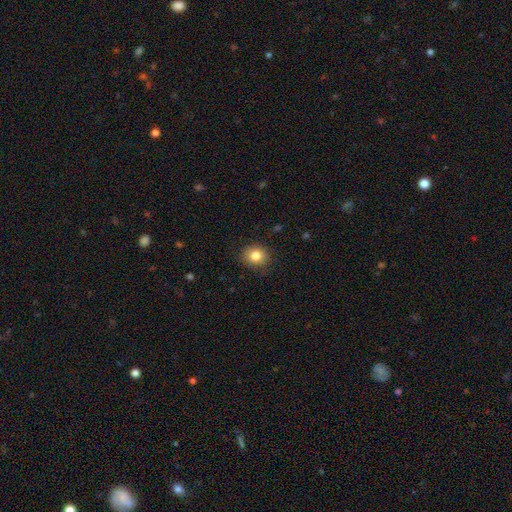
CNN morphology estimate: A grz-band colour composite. It shows a smooth galaxy with no disk features (83%) that is round (73%). Merging: none (87%).